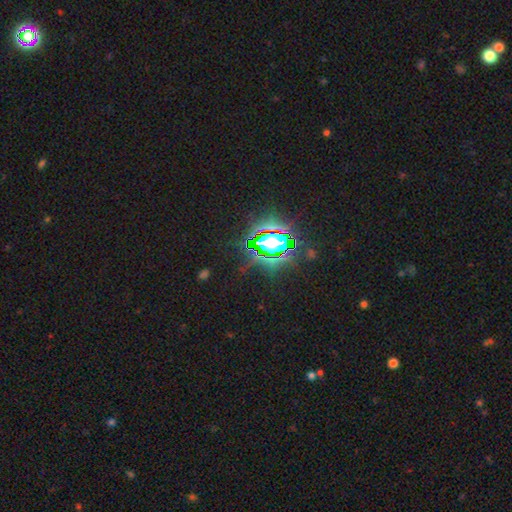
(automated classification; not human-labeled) A star or artifact, not a galaxy (76%).